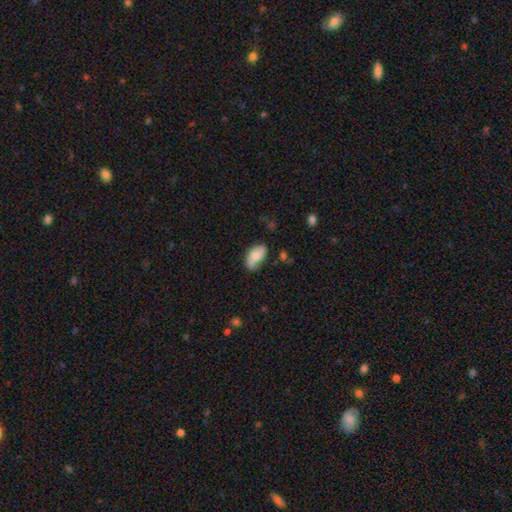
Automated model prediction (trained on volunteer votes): smooth-or-featured: smooth: 67% | featured or disk: 25% | star or artifact: 8%
  how-rounded: in between: 92% | round: 6% | cigar-shaped: 2%
  merging: none: 50% | minor disturbance: 32% | major disturbance: 10% | merger: 8%